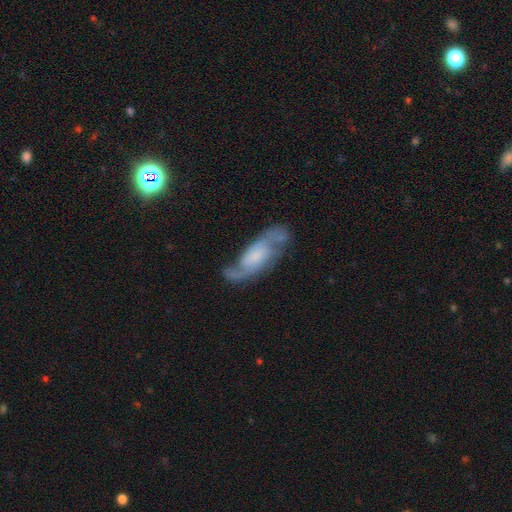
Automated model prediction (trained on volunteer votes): Smooth or featured? Predicted: featured or disk (p=0.79). Edge-on disk? Predicted: no (p=0.91). Bar? Predicted: no (p=0.56). Spiral arms? Predicted: yes (p=0.94). Spiral winding? Predicted: medium (p=0.44). Spiral arm count? Predicted: 2 (p=0.84). Bulge size? Predicted: small (p=0.33). Merging? Predicted: none (p=0.65).